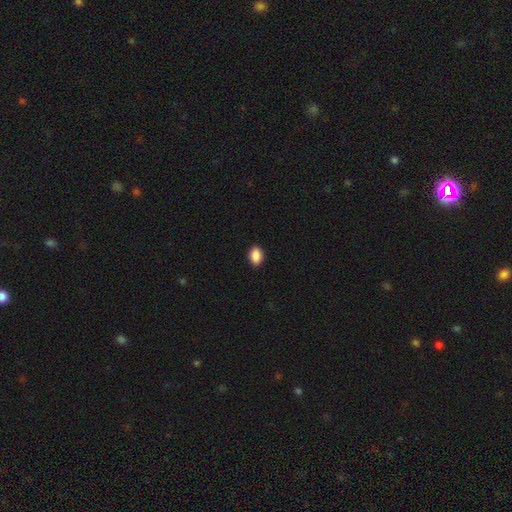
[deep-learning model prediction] Smooth or featured: smooth — 90% (star or artifact — 8%)
How rounded: in between — 76% (round — 23%)
Merging: none — 90% (minor disturbance — 7%)